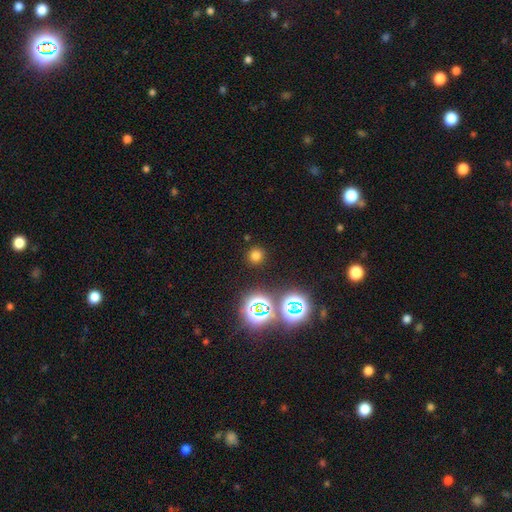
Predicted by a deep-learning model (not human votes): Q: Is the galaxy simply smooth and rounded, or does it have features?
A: smooth — 68%.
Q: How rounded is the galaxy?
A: round — 92%.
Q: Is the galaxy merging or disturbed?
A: none — 89%.